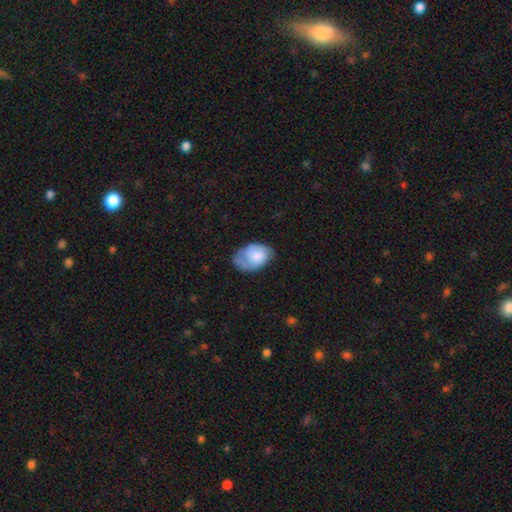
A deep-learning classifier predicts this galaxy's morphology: type=smooth (62%); roundness=in between (88%); merging=none (48%).